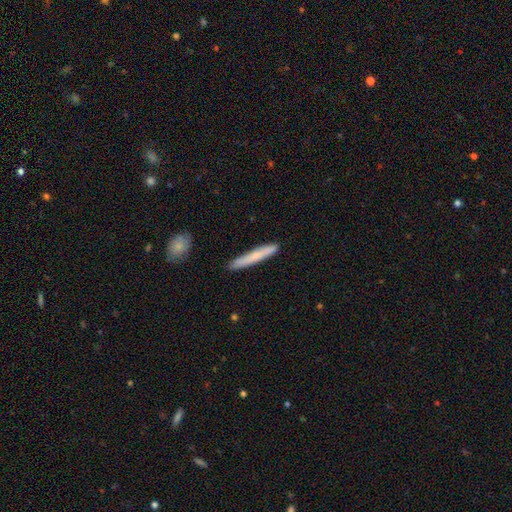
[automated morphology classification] Overall: smooth (69%). How rounded: cigar-shaped (95%). Merging: none (89%).